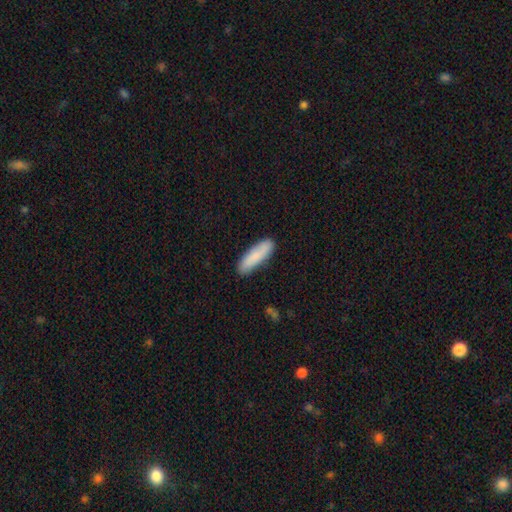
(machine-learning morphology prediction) A smooth galaxy with no disk features (84%) that is cigar-shaped (63%). Merging: none (84%).